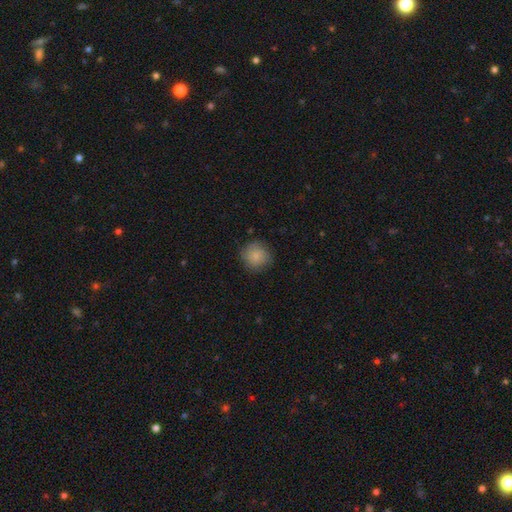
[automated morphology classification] A smooth galaxy with no disk features (84%) that is round (91%).

Vote fractions:
- Smooth or featured? smooth: 84% / featured or disk: 9% / star or artifact: 7%
- How rounded? round: 91% / in between: 8% / cigar-shaped: 1%
- Merging? none: 81% / minor disturbance: 14% / major disturbance: 4% / merger: 1%